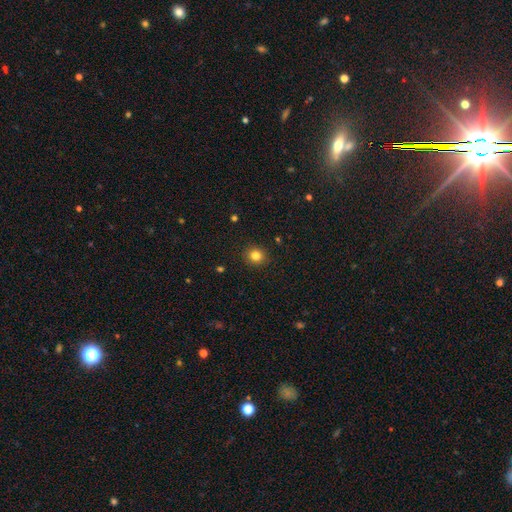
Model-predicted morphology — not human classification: Smooth or featured? smooth (82%)
How rounded? round (85%)
Merging? none (91%)